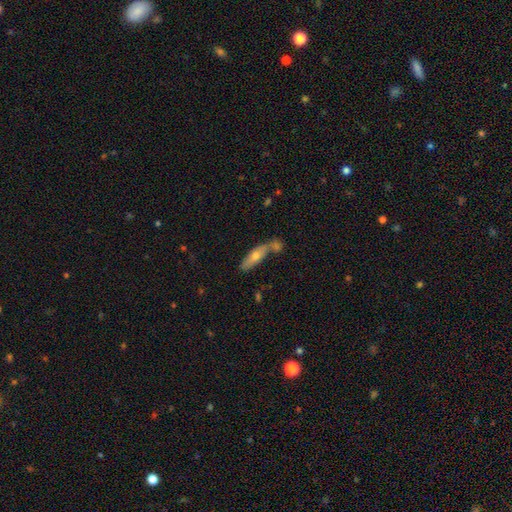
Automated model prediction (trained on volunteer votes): A smooth galaxy with no disk features (55%) that is cigar-shaped (62%). Merging: none (45%).